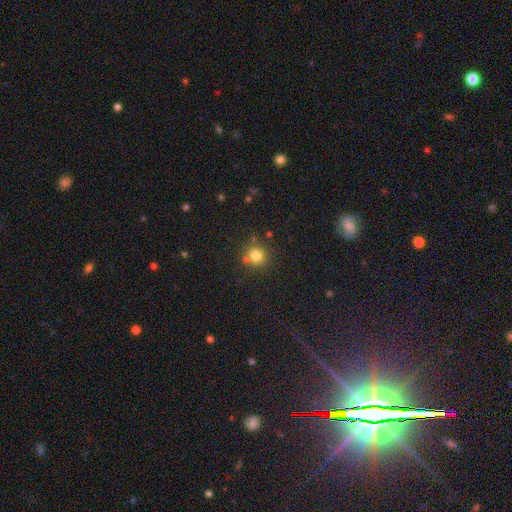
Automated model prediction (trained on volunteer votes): This is likely a smooth galaxy (78%). How rounded: clearly round (91%). Merging: likely none (73%).